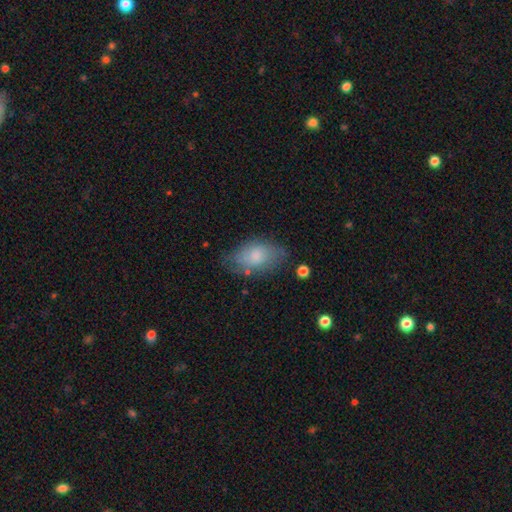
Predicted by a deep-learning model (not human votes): Overall: smooth (71%). How rounded: in between (90%). Merging: none (64%; minor disturbance 25%).